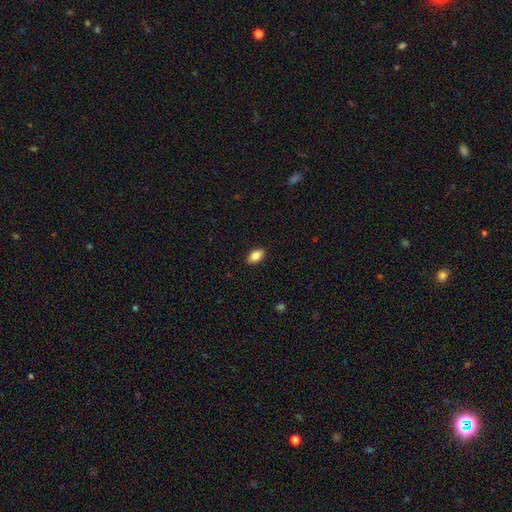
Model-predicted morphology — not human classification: Smooth or featured? Predicted: smooth (p=0.82). How rounded? Predicted: in between (p=0.89). Merging? Predicted: none (p=0.88).